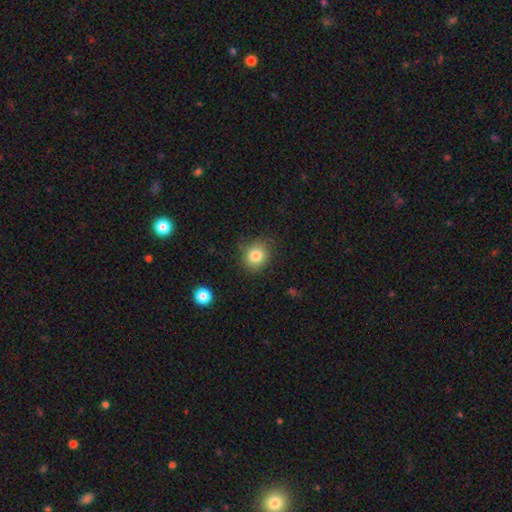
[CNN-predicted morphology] A smooth galaxy with no disk features (82%) that is round (79%). Merging: none (82%).